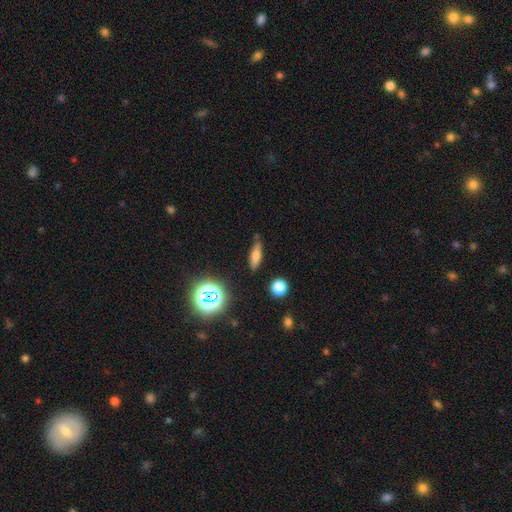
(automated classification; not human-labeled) Smooth or featured? Predicted: smooth (p=0.67). How rounded? Predicted: cigar-shaped (p=0.48). Merging? Predicted: none (p=0.77).